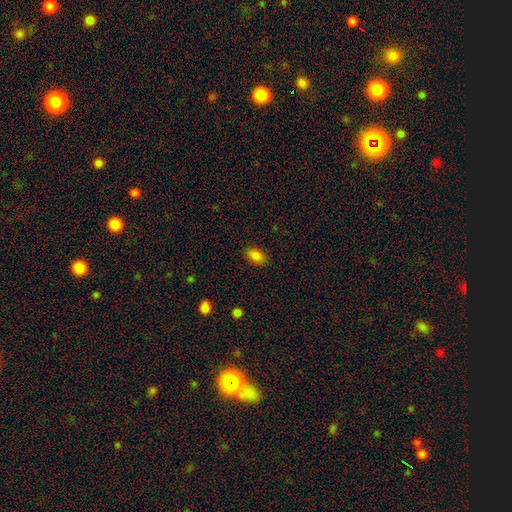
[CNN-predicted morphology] Q: Smooth or featured?
A: smooth (85%); runner-up: star or artifact (11%)
Q: How rounded?
A: in between (89%); runner-up: round (9%)
Q: Merging?
A: none (87%); runner-up: minor disturbance (9%)